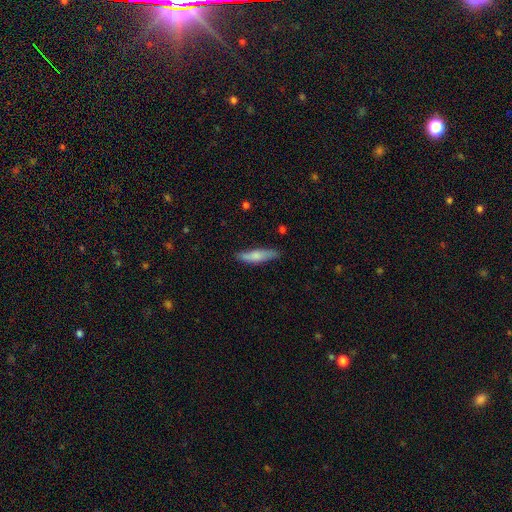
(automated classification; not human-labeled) Smooth or featured? Predicted: smooth (p=0.70). How rounded? Predicted: cigar-shaped (p=0.76). Merging? Predicted: none (p=0.78).